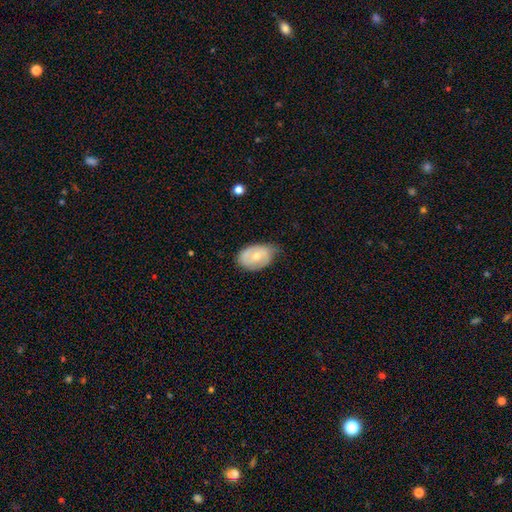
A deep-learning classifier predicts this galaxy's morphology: smooth 48%, featured or disk 46%, star or artifact 6%. Down the decision tree: merging — none (54%).